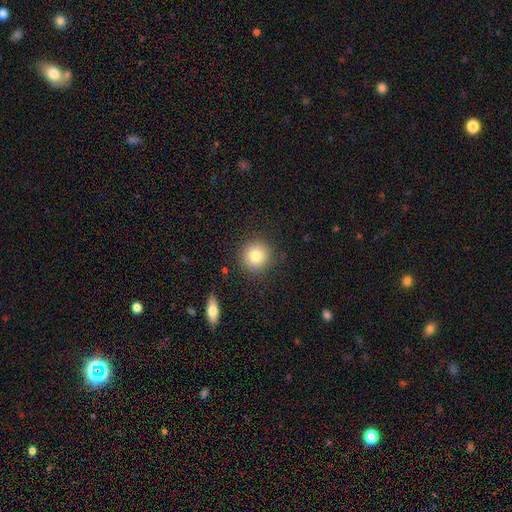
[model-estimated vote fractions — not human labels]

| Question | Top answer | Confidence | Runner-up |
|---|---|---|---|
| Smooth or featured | smooth | 81% | star or artifact (10%) |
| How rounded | round | 93% | in between (6%) |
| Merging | none | 88% | minor disturbance (8%) |